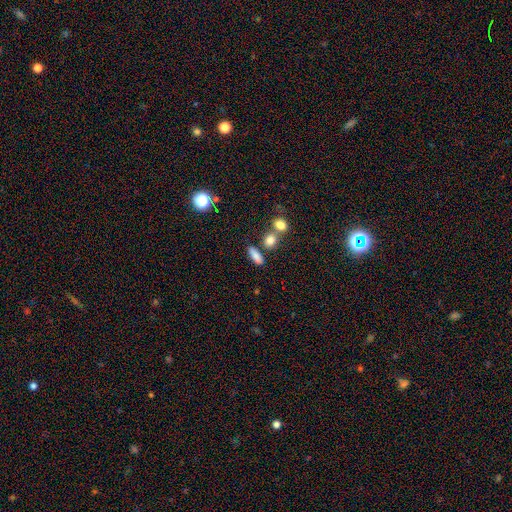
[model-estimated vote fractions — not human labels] Q: Smooth or featured?
A: smooth (81%); runner-up: star or artifact (11%)
Q: How rounded?
A: in between (55%); runner-up: cigar-shaped (37%)
Q: Merging?
A: none (70%); runner-up: merger (14%)